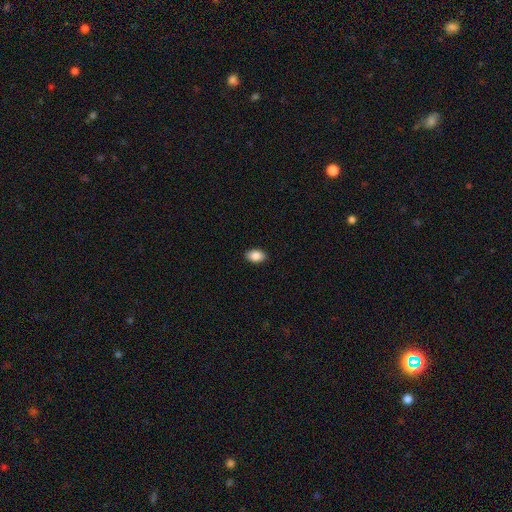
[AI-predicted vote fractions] Overall: smooth (89%). How rounded: in between (89%). Merging: none (89%).